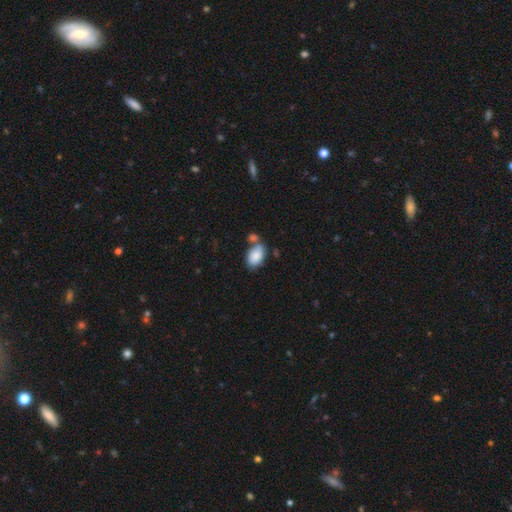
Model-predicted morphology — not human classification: A smooth galaxy with no disk features (84%) that is in between round and cigar-shaped (91%).

Vote fractions:
- Smooth or featured? smooth: 84% / featured or disk: 9% / star or artifact: 7%
- How rounded? in between: 91% / round: 8% / cigar-shaped: 1%
- Merging? none: 47% / merger: 31% / minor disturbance: 16% / major disturbance: 6%